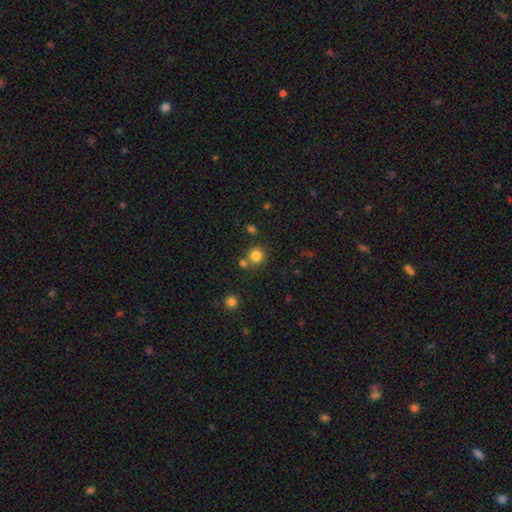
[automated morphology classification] This appears to be a smooth galaxy with no disk features (81%) that is round (90%). Merging: none (69%).